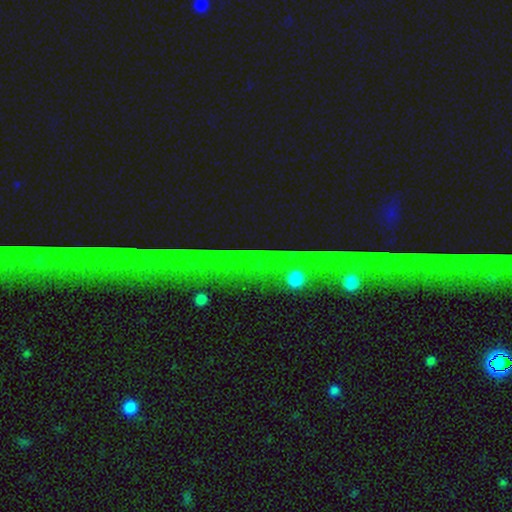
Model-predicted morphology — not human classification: A star or artifact, not a galaxy (82%).